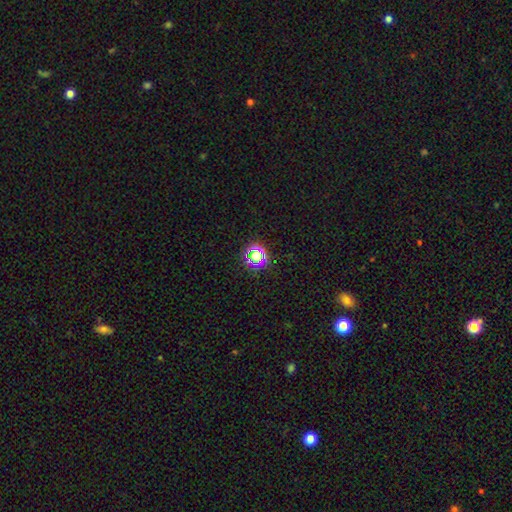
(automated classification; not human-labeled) Overall: star or artifact (64%; smooth 26%).